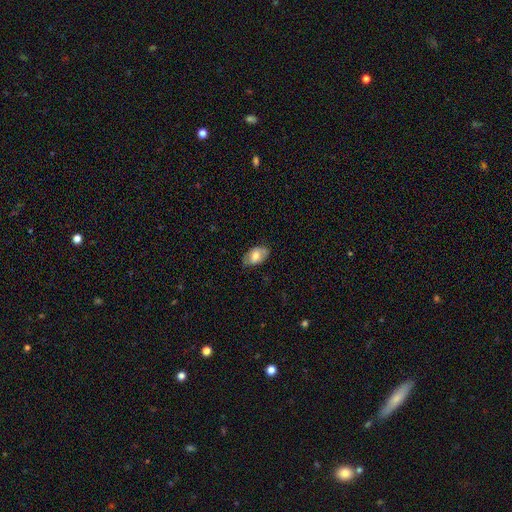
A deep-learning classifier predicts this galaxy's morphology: type=smooth (66%); roundness=in between (91%); merging=none (73%).